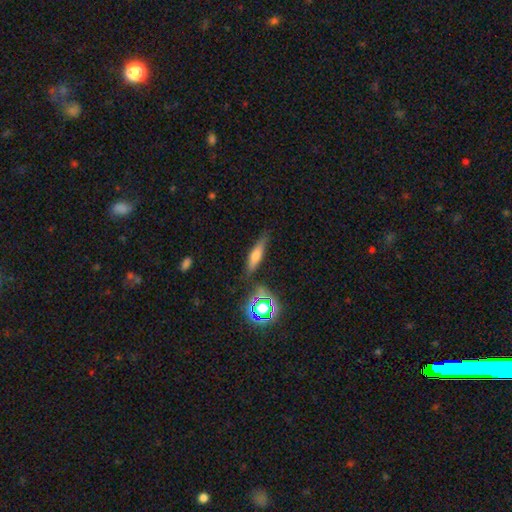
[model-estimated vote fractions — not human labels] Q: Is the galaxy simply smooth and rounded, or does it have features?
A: smooth — 57%.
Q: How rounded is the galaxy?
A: cigar-shaped — 67%.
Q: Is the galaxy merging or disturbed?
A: none — 77%.